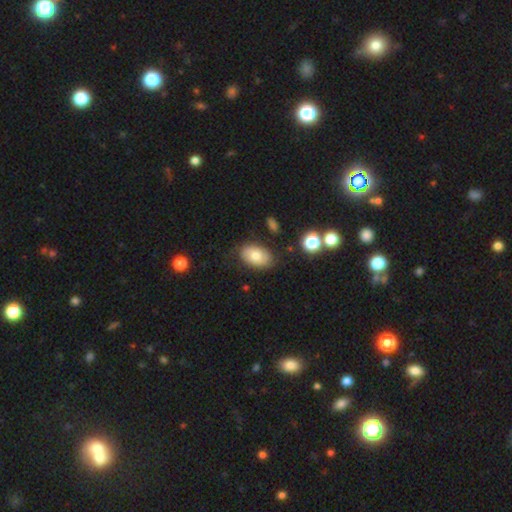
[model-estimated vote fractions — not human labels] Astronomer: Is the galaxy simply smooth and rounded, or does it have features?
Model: smooth — 71%.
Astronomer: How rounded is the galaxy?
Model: in between — 88%.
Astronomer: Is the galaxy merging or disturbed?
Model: none — 78%.